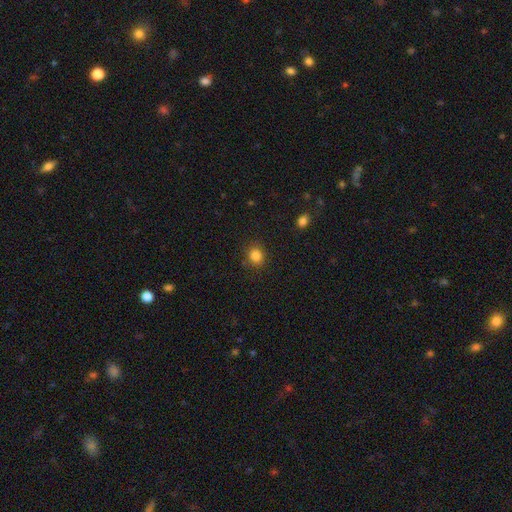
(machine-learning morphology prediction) This is clearly a smooth galaxy (84%). How rounded: likely round (72%). Merging: clearly none (85%).